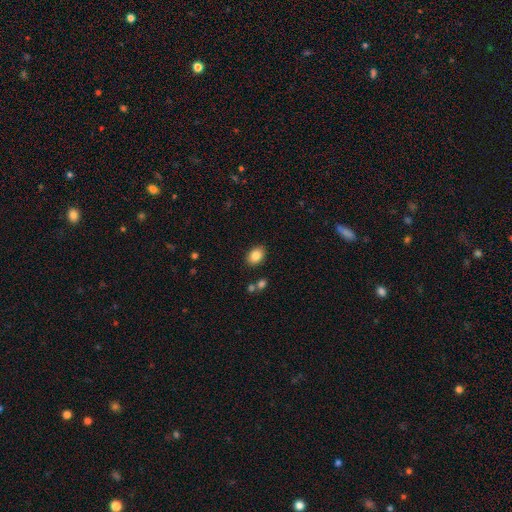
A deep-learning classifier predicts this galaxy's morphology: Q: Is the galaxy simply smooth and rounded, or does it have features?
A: smooth — 86%.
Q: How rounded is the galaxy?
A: in between — 74%.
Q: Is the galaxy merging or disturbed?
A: none — 85%.